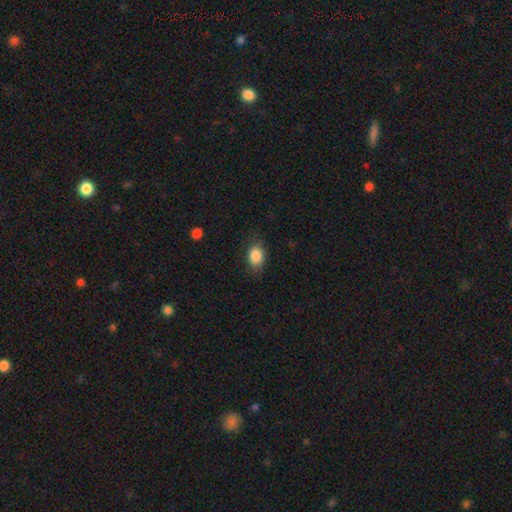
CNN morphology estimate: Smooth or featured? smooth (86%)
How rounded? in between (77%)
Merging? none (79%)